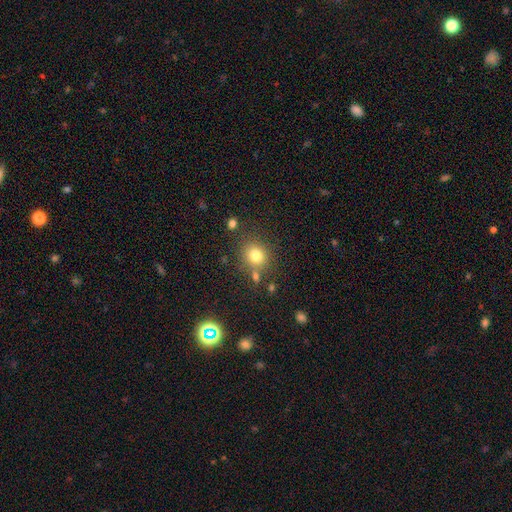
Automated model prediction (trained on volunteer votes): Overall: smooth (78%). How rounded: round (81%). Merging: none (75%).